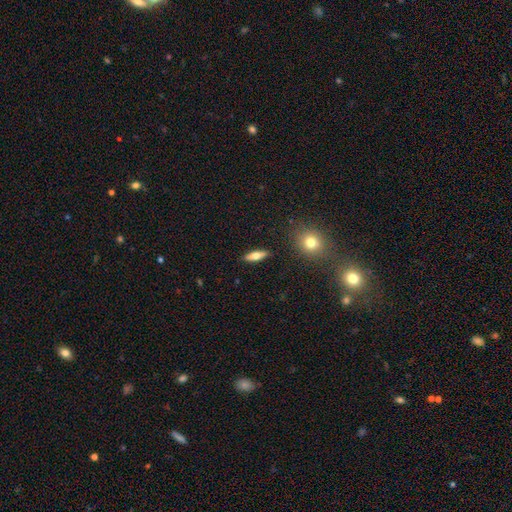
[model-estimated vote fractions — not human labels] This is possibly a smooth galaxy (55%). How rounded: possibly cigar-shaped (49%). Merging: clearly none (89%).